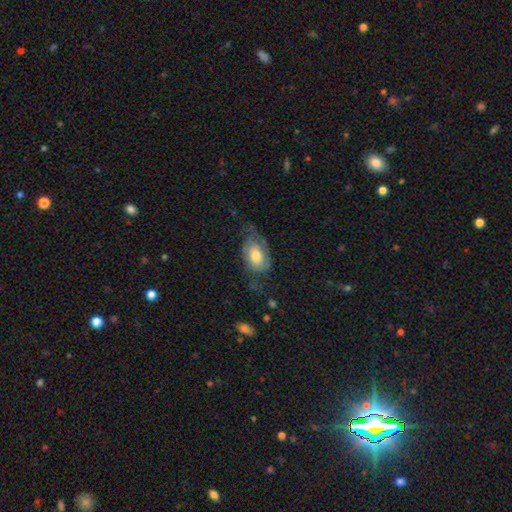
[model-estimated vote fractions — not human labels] smooth 48%, featured or disk 45%, star or artifact 7%. Down the decision tree: merging — none (41%).